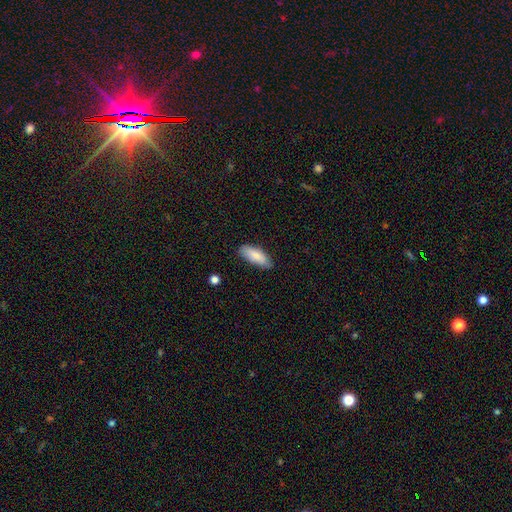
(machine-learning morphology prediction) smooth 85%, featured or disk 9%, star or artifact 6%. Down the decision tree: how rounded — in between (71%); merging — none (79%).